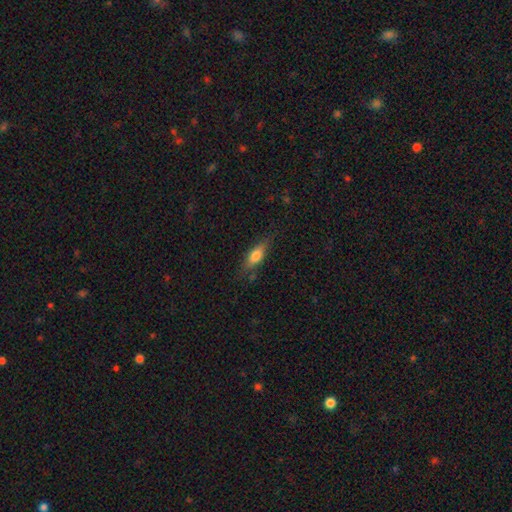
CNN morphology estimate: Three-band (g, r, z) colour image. It shows a smooth galaxy with no disk features (70%) that is in between round and cigar-shaped (60%). Merging: none (75%).